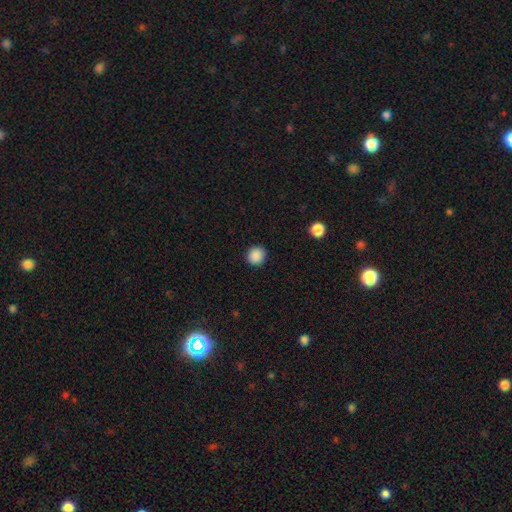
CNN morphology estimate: Q: Smooth or featured?
A: smooth (88%); runner-up: star or artifact (9%)
Q: How rounded?
A: round (91%); runner-up: in between (8%)
Q: Merging?
A: none (92%); runner-up: minor disturbance (6%)